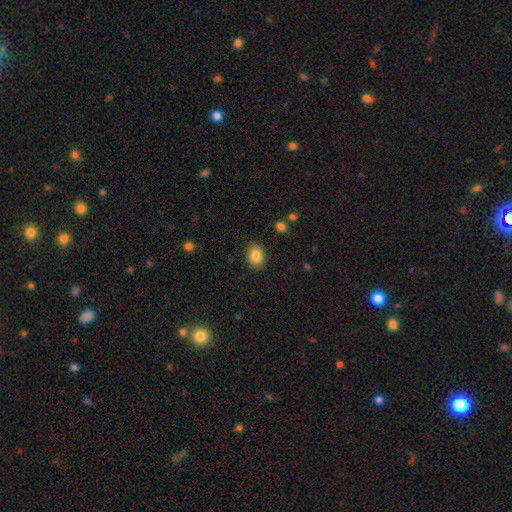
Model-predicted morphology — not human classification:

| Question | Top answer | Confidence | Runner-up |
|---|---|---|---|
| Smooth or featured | smooth | 86% | star or artifact (8%) |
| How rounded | in between | 71% | round (28%) |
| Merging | none | 87% | minor disturbance (9%) |